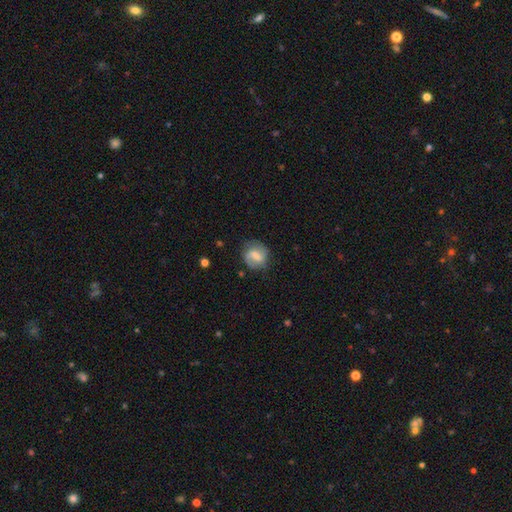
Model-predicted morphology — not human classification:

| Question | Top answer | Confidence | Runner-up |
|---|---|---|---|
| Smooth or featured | featured or disk | 48% | smooth (44%) |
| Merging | none | 69% | minor disturbance (21%) |